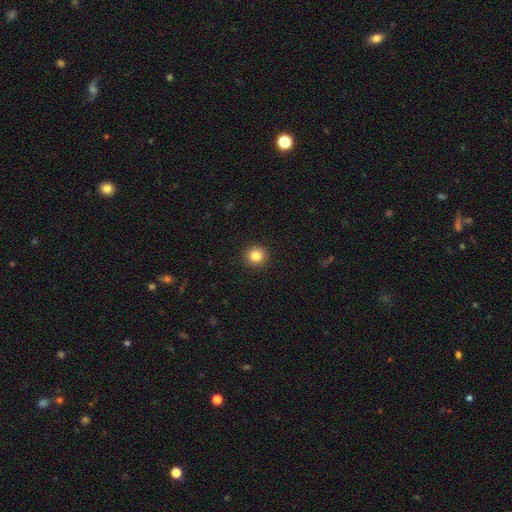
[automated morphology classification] Overall: smooth (84%). How rounded: round (92%). Merging: none (92%).